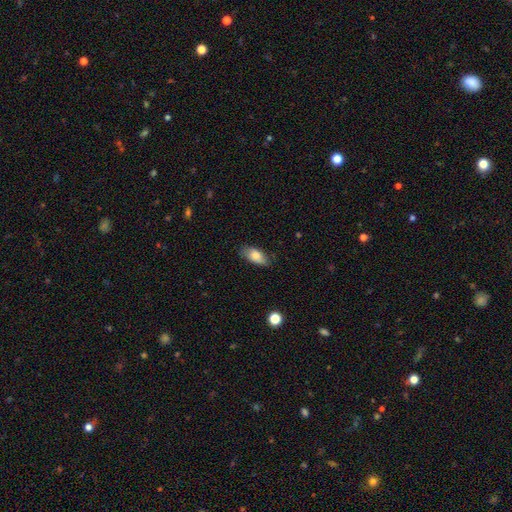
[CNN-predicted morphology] smooth 82%, featured or disk 11%, star or artifact 7%. Down the decision tree: how rounded — in between (88%); merging — none (77%).